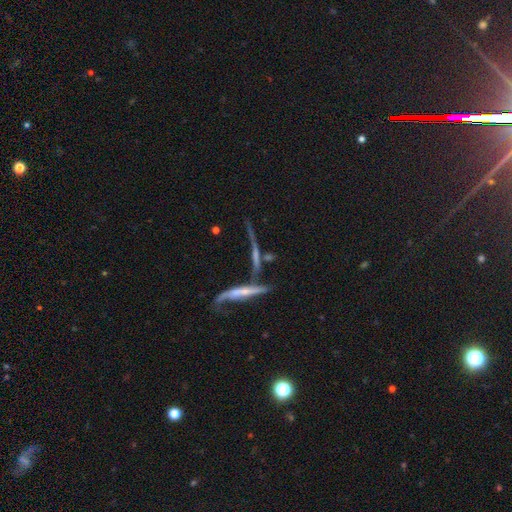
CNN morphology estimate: A featured or disk galaxy (63%) viewed edge-on (74%).

Vote fractions:
- Smooth or featured? featured or disk: 63% / smooth: 23% / star or artifact: 14%
- Edge-on disk? yes: 74% / no: 26%
- Merging? none: 39% / merger: 36% / minor disturbance: 13% / major disturbance: 12%